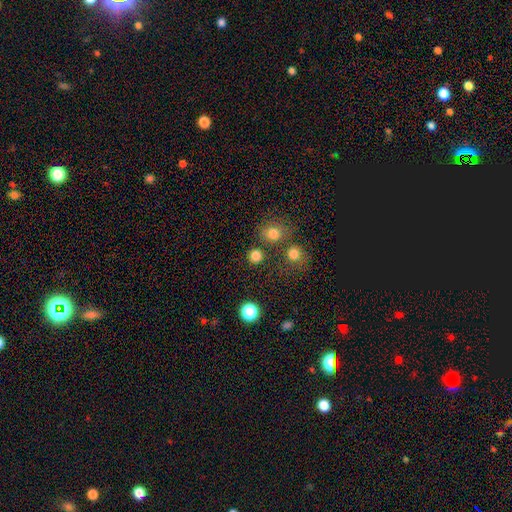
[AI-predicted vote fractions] Smooth or featured?
  - smooth: 81% *
  - star or artifact: 15%
  - featured or disk: 4%
How rounded?
  - round: 92% *
  - in between: 7%
  - cigar-shaped: 1%
Merging?
  - none: 81% *
  - merger: 9%
  - minor disturbance: 7%
  - major disturbance: 3%